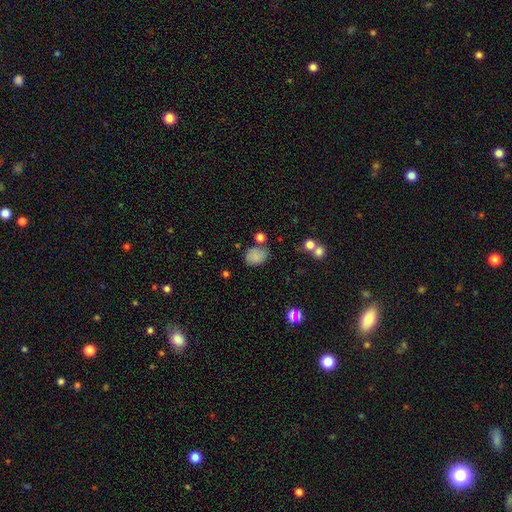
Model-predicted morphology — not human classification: This appears to be a smooth galaxy with no disk features (80%) that is in between round and cigar-shaped (60%). Merging: none (57%).